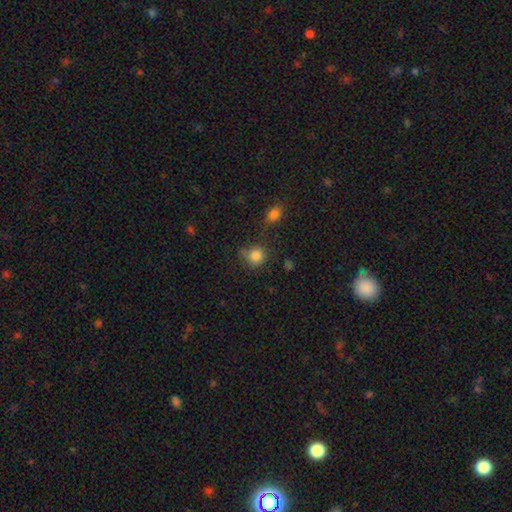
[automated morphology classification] Smooth or featured?
  - smooth: 84% *
  - star or artifact: 11%
  - featured or disk: 5%
How rounded?
  - round: 88% *
  - in between: 11%
  - cigar-shaped: 1%
Merging?
  - none: 67% *
  - minor disturbance: 15%
  - merger: 12%
  - major disturbance: 6%